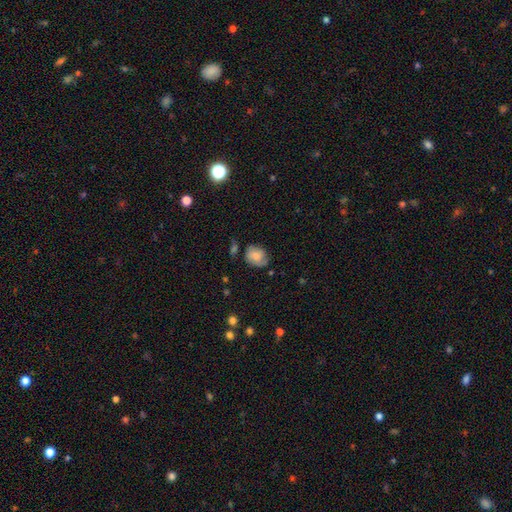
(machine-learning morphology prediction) Q: Smooth or featured?
A: smooth (66%); runner-up: featured or disk (25%)
Q: How rounded?
A: round (55%); runner-up: in between (44%)
Q: Merging?
A: none (55%); runner-up: minor disturbance (30%)